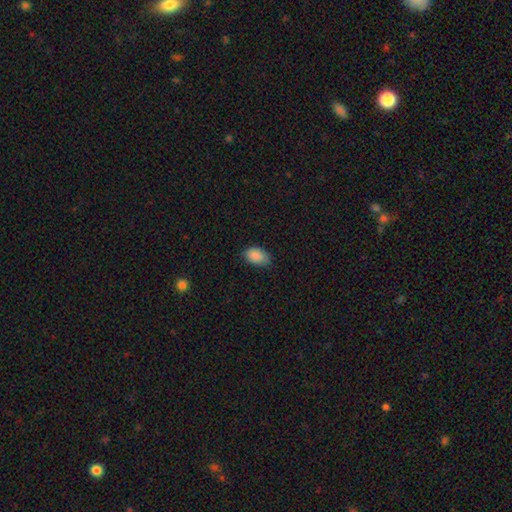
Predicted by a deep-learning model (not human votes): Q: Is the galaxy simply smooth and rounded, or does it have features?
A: smooth — 89%.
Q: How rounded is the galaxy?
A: in between — 89%.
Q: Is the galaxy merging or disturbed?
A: none — 74%.